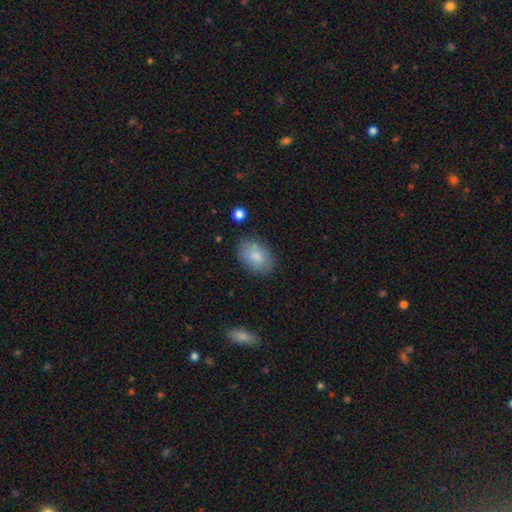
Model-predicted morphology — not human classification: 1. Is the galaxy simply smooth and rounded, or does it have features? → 83% smooth, 10% featured or disk, 7% star or artifact.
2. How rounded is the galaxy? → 88% in between, 11% round, 1% cigar-shaped.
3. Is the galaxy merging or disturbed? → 82% none, 13% minor disturbance, 3% major disturbance, 2% merger.